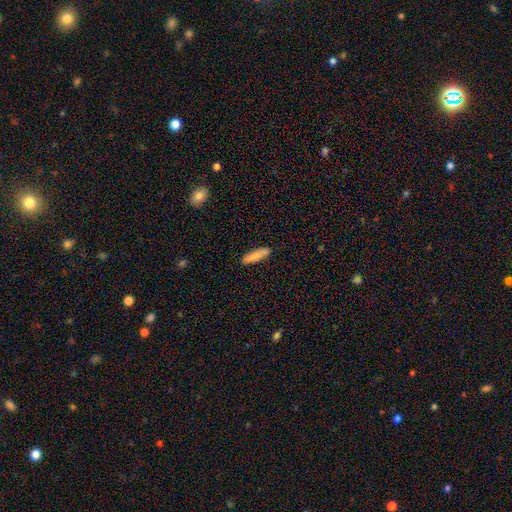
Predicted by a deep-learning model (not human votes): This appears to be a smooth galaxy with no disk features (82%) that is cigar-shaped (74%). Merging: none (89%).